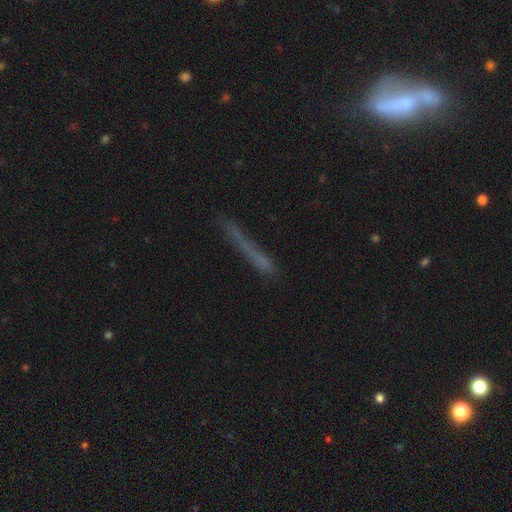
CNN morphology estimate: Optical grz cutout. It shows a smooth galaxy with no disk features (53%) that is cigar-shaped (91%). Merging: none (63%).